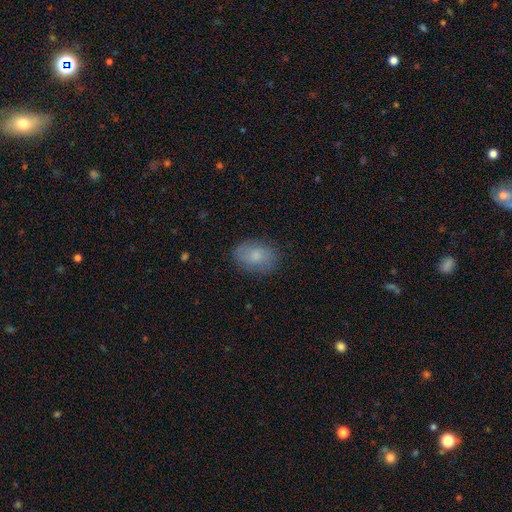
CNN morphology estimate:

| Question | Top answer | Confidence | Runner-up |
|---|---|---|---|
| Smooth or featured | smooth | 75% | featured or disk (18%) |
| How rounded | in between | 76% | round (22%) |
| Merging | none | 81% | minor disturbance (14%) |